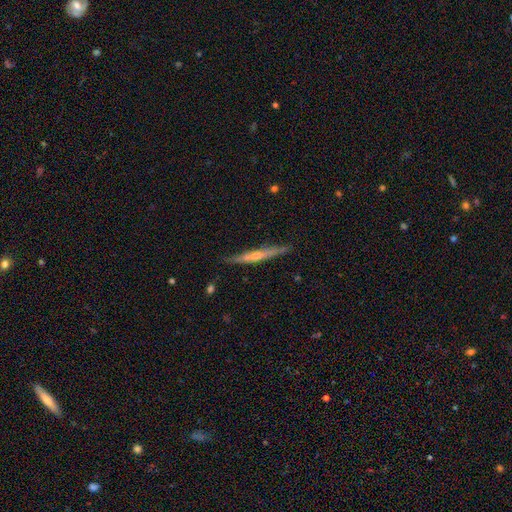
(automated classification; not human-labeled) Smooth or featured: featured or disk — 66% (smooth — 28%)
Edge-on disk: yes — 97% (no — 3%)
Edge-on bulge: rounded — 68% (none — 26%)
Merging: none — 84% (minor disturbance — 12%)